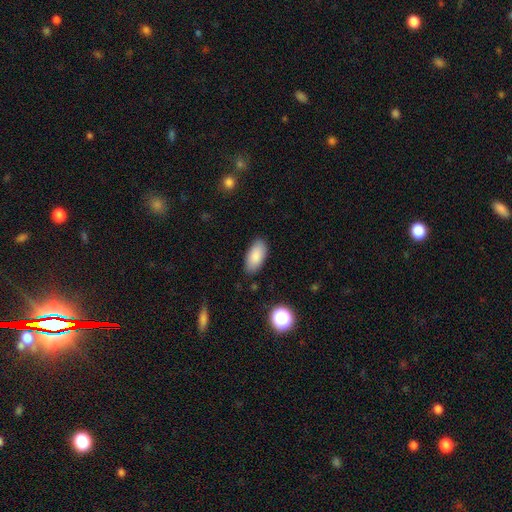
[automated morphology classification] smooth_or_featured: smooth (p=0.87) [alt: star or artifact p=0.07]
how_rounded: in between (p=0.92) [alt: cigar-shaped p=0.05]
merging: none (p=0.86) [alt: minor disturbance p=0.11]